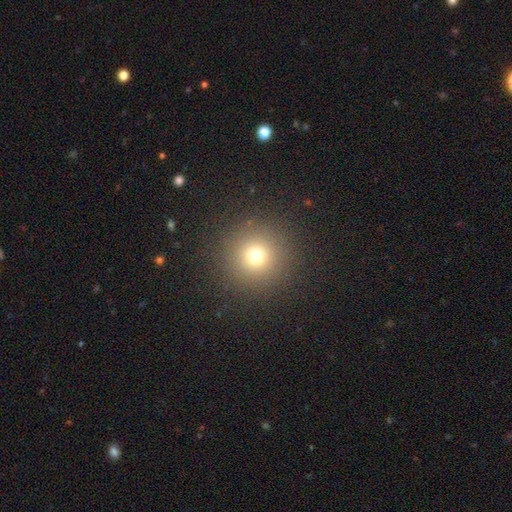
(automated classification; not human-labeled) Morphology: type=smooth (72%); roundness=round (96%); merging=none (89%).